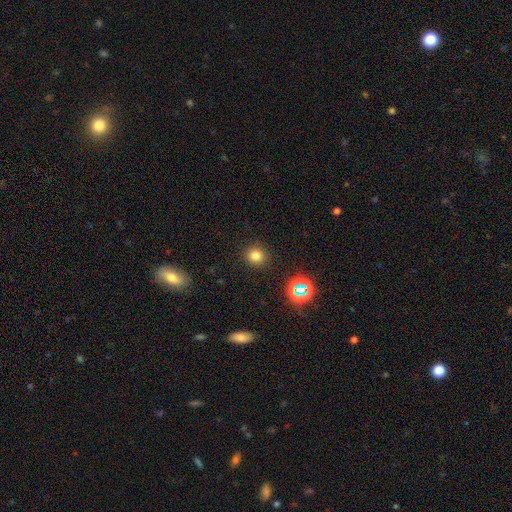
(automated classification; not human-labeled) This appears to be a smooth galaxy with no disk features (77%) that is round (91%). Merging: none (90%).